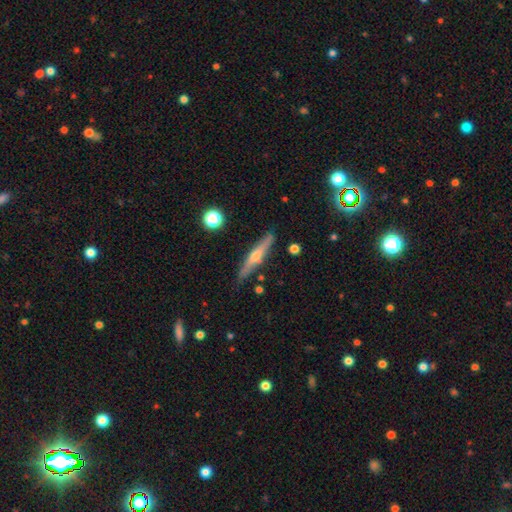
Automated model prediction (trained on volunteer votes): Smooth or featured: featured or disk — 68% (smooth — 25%)
Edge-on disk: yes — 96% (no — 4%)
Edge-on bulge: rounded — 85% (none — 9%)
Merging: none — 87% (minor disturbance — 10%)